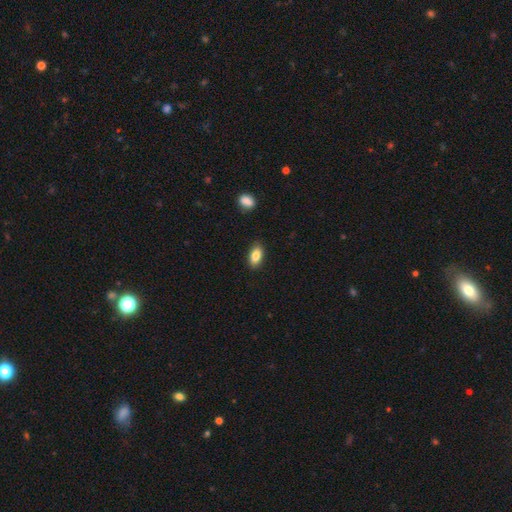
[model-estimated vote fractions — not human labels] Morphology: type=smooth (85%); roundness=in between (90%); merging=none (87%).